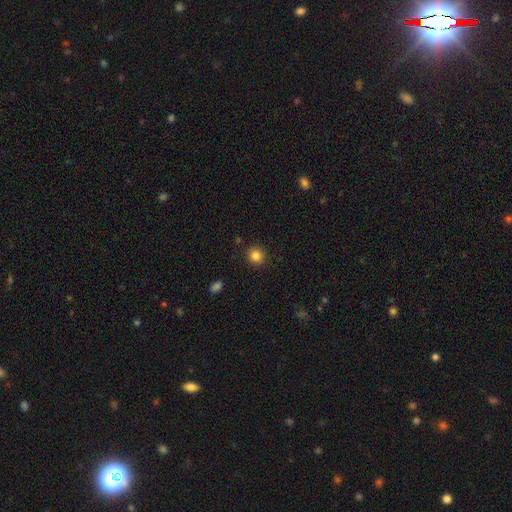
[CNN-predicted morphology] This appears to be a smooth galaxy with no disk features (84%) that is round (92%). Merging: none (91%).